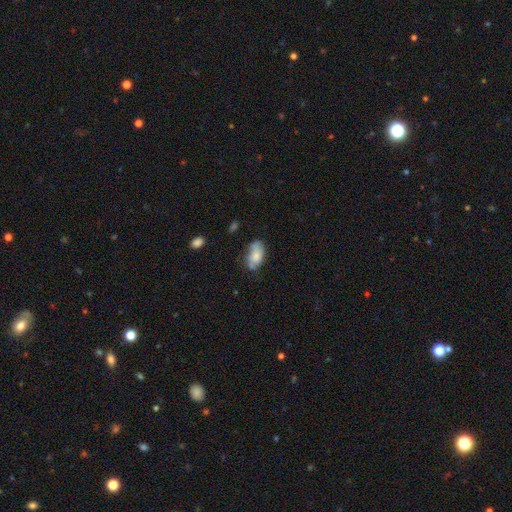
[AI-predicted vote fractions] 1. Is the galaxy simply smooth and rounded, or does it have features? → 69% smooth, 24% featured or disk, 8% star or artifact.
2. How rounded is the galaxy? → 92% in between, 5% round, 4% cigar-shaped.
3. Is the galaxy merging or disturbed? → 48% none, 33% minor disturbance, 12% major disturbance, 6% merger.